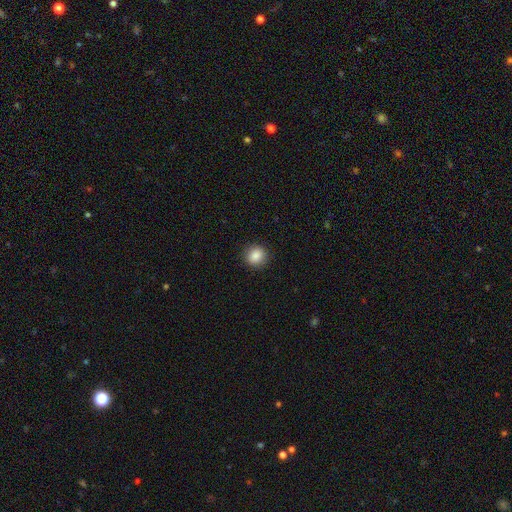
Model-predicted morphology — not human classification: Q: Smooth or featured?
A: smooth (87%); runner-up: star or artifact (9%)
Q: How rounded?
A: round (88%); runner-up: in between (11%)
Q: Merging?
A: none (90%); runner-up: minor disturbance (7%)